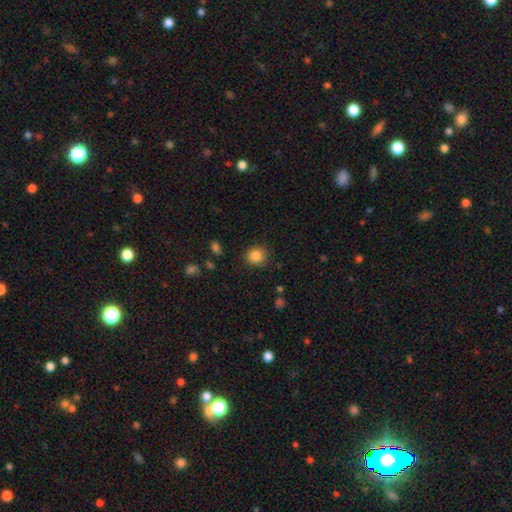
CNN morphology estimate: The model was most divided on "how rounded": round: 81%, in between: 18%, cigar-shaped: 1%. More confident: smooth or featured — smooth (86%); merging — none (83%).